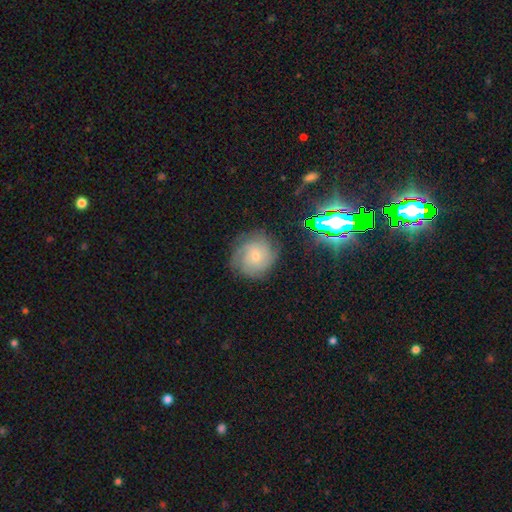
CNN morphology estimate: Smooth or featured? featured or disk (62%)
Edge-on disk? no (97%)
Bar? no (76%)
Spiral arms? yes (90%)
Spiral winding? tight (67%)
Spiral arm count? can't tell (42%)
Bulge size? small (65%)
Merging? none (76%)